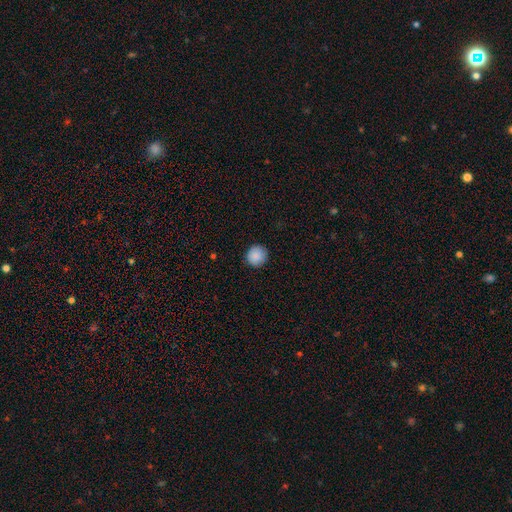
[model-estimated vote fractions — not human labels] Smooth or featured: smooth — 89% (star or artifact — 8%)
How rounded: round — 93% (in between — 6%)
Merging: none — 90% (minor disturbance — 7%)